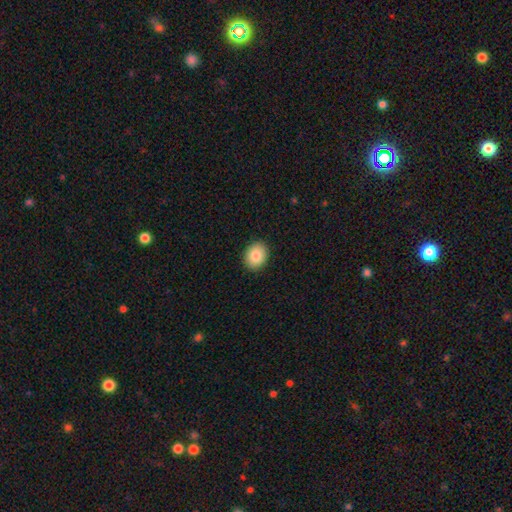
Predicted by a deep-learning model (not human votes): A smooth galaxy with no disk features (85%) that is in between round and cigar-shaped (51%). Merging: none (91%).